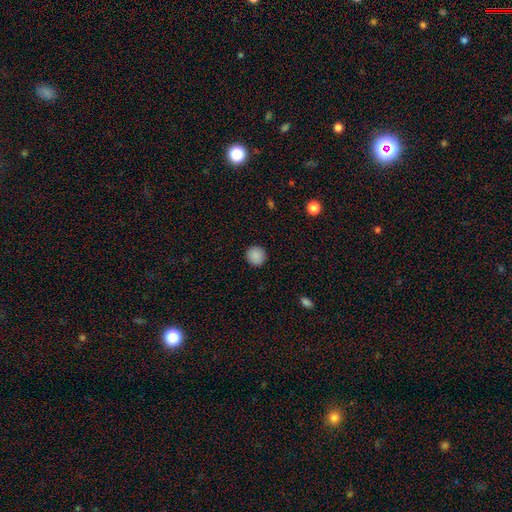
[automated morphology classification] Smooth or featured? Predicted: smooth (p=0.89). How rounded? Predicted: round (p=0.93). Merging? Predicted: none (p=0.92).